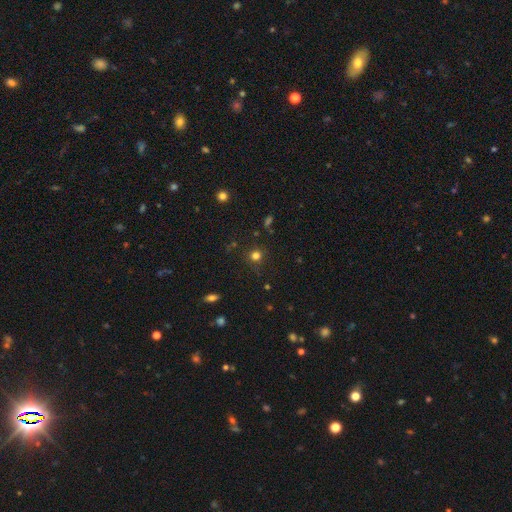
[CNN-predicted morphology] Overall: smooth (75%). How rounded: round (90%). Merging: none (84%).